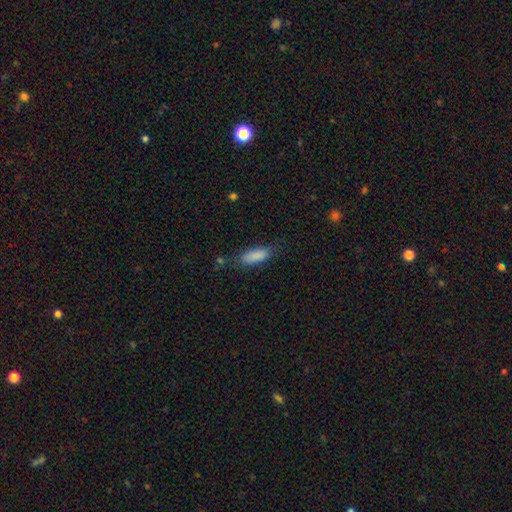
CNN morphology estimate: The model was most divided on "how rounded": in between: 74%, cigar-shaped: 24%, round: 2%. More confident: smooth or featured — smooth (86%); merging — none (71%).